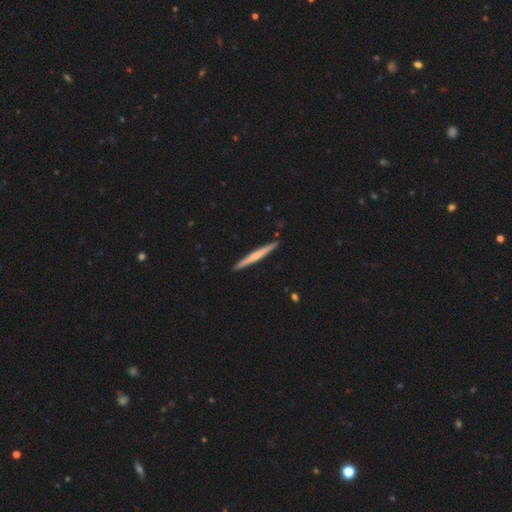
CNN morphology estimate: smooth_or_featured: smooth (p=0.48) [alt: featured or disk p=0.47]
merging: none (p=0.92) [alt: minor disturbance p=0.06]